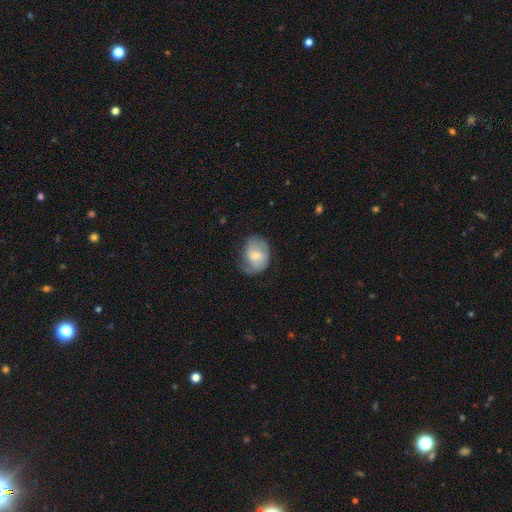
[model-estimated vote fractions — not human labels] A featured or disk galaxy (49%). Merging: none (51%).